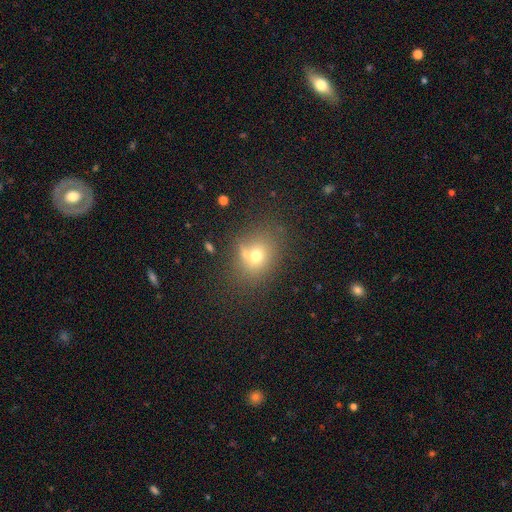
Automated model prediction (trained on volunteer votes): smooth_or_featured: smooth (p=0.68) [alt: star or artifact p=0.16]
how_rounded: round (p=0.57) [alt: in between p=0.42]
merging: none (p=0.61) [alt: merger p=0.21]